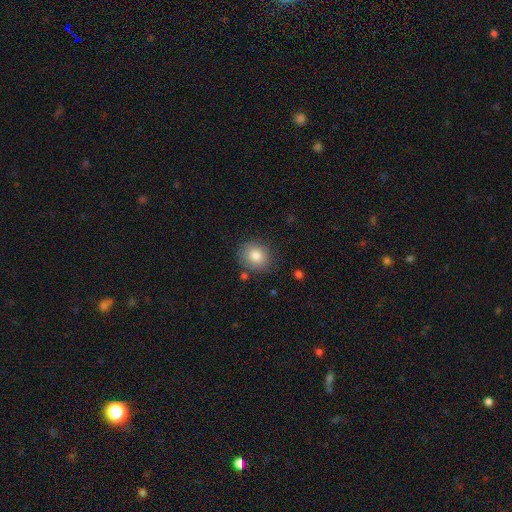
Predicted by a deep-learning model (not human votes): Smooth or featured? Predicted: smooth (p=0.82). How rounded? Predicted: round (p=0.82). Merging? Predicted: none (p=0.83).